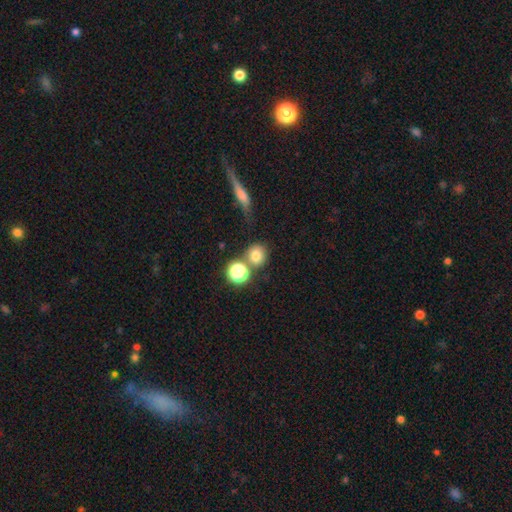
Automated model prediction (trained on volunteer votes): Smooth or featured? smooth (76%)
How rounded? round (82%)
Merging? none (65%)